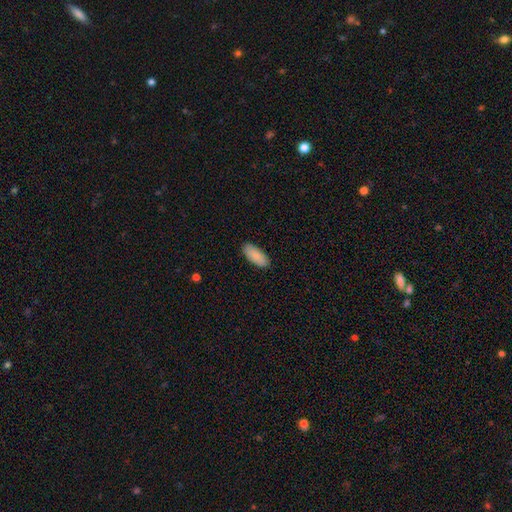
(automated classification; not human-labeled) A smooth galaxy with no disk features (86%) that is in between round and cigar-shaped (89%).

Vote fractions:
- Smooth or featured? smooth: 86% / featured or disk: 9% / star or artifact: 6%
- How rounded? in between: 89% / cigar-shaped: 9% / round: 2%
- Merging? none: 89% / minor disturbance: 9% / major disturbance: 2% / merger: 1%